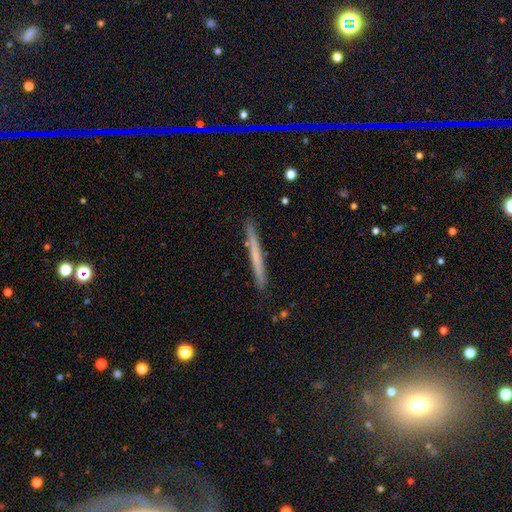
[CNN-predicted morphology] type=smooth (56%); roundness=cigar-shaped (97%); merging=none (89%).